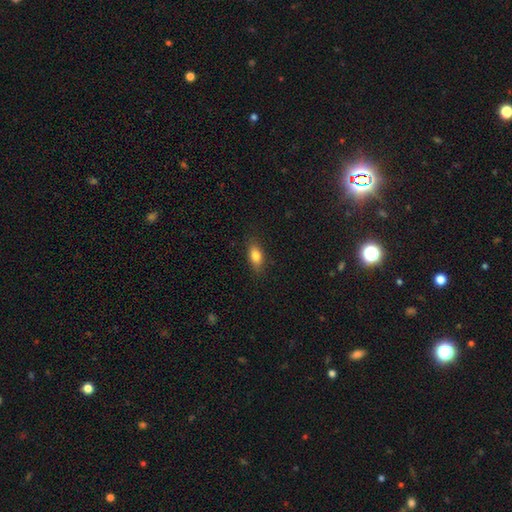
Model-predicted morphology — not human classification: Overall: smooth (81%). How rounded: in between (83%). Merging: none (85%).